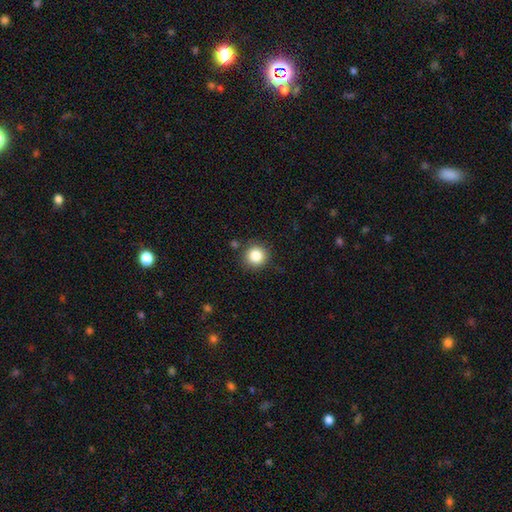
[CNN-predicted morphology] A smooth galaxy with no disk features (84%) that is round (93%).

Vote fractions:
- Smooth or featured? smooth: 84% / star or artifact: 11% / featured or disk: 5%
- How rounded? round: 93% / in between: 6% / cigar-shaped: 1%
- Merging? none: 87% / minor disturbance: 8% / major disturbance: 2% / merger: 2%